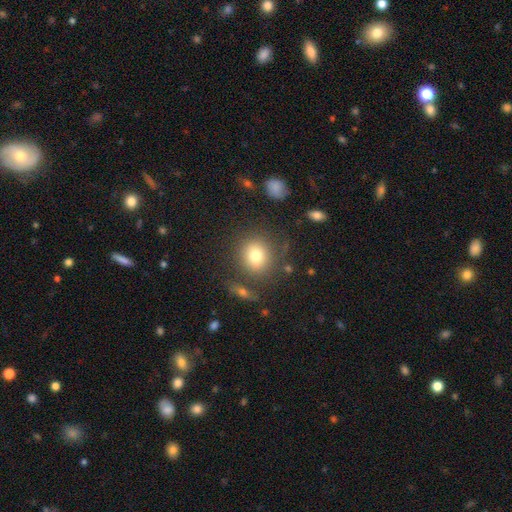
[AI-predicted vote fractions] Morphology: type=smooth (78%); roundness=round (80%); merging=none (79%).